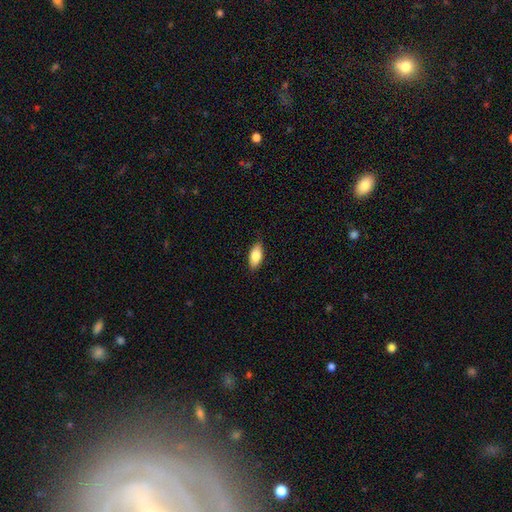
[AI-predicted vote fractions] Q: Smooth or featured?
A: smooth (83%); runner-up: featured or disk (11%)
Q: How rounded?
A: in between (88%); runner-up: cigar-shaped (9%)
Q: Merging?
A: none (85%); runner-up: minor disturbance (12%)